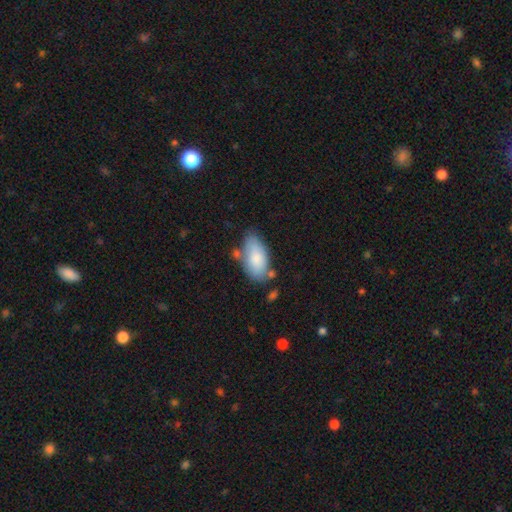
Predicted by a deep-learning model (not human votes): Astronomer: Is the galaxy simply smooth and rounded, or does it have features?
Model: smooth — 81%.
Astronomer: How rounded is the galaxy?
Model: in between — 93%.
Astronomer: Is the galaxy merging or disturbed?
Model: none — 61%.